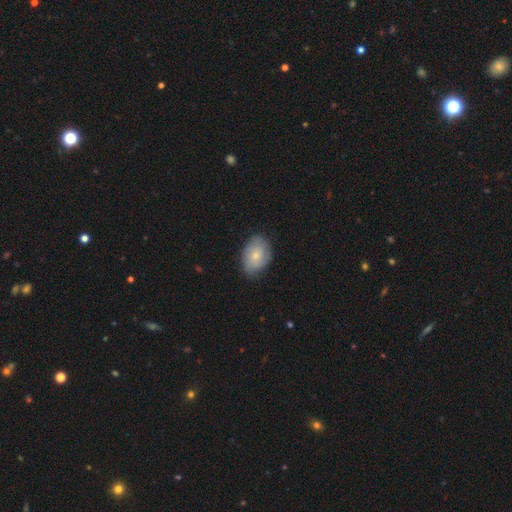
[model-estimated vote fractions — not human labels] Overall: smooth (69%). How rounded: in between (79%). Merging: none (73%).